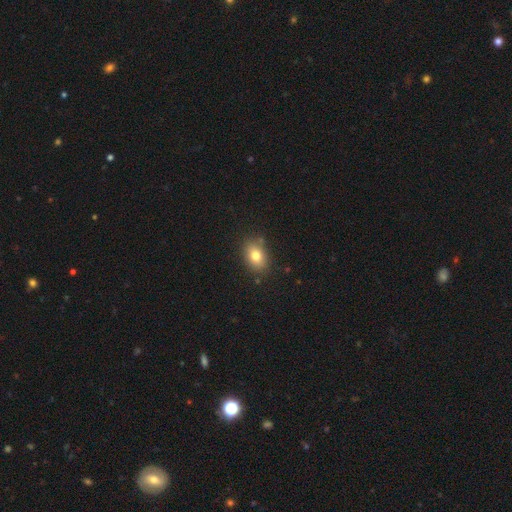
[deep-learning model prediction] smooth-or-featured: smooth: 79% | featured or disk: 11% | star or artifact: 10%
  how-rounded: in between: 74% | round: 25% | cigar-shaped: 1%
  merging: none: 83% | minor disturbance: 12% | major disturbance: 3% | merger: 3%